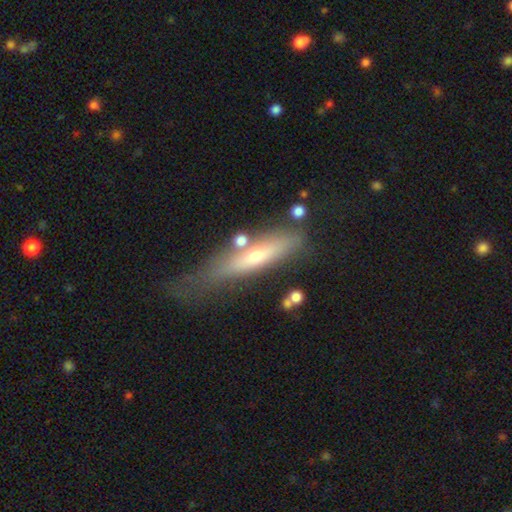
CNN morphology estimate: Smooth or featured? featured or disk (50%)
Edge-on disk? yes (73%)
Merging? none (52%)